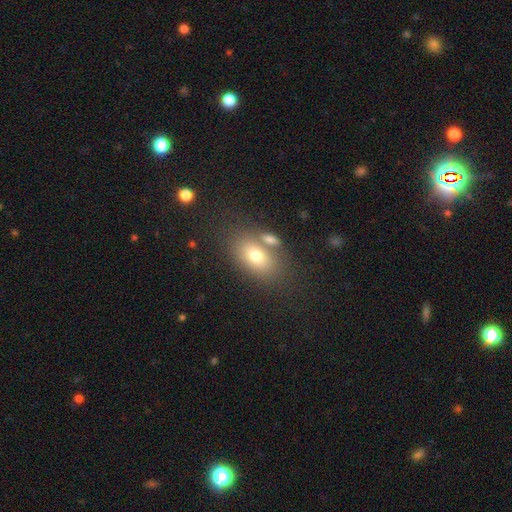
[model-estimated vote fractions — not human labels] A smooth galaxy with no disk features (73%) that is in between round and cigar-shaped (85%).

Vote fractions:
- Smooth or featured? smooth: 73% / featured or disk: 17% / star or artifact: 10%
- How rounded? in between: 85% / round: 12% / cigar-shaped: 2%
- Merging? none: 61% / merger: 22% / minor disturbance: 12% / major disturbance: 5%